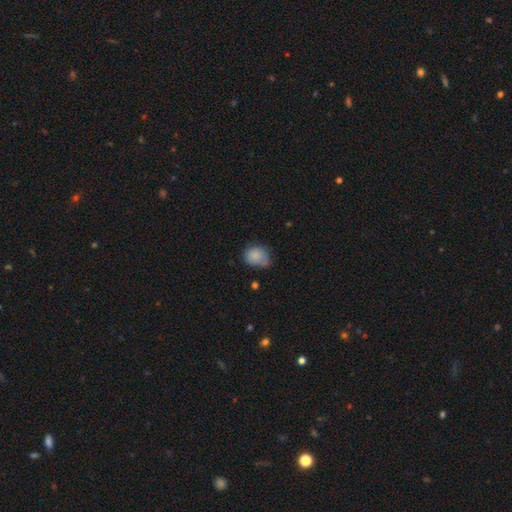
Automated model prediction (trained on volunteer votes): Smooth or featured: smooth — 81% (featured or disk — 10%)
How rounded: round — 52% (in between — 47%)
Merging: none — 48% (minor disturbance — 38%)